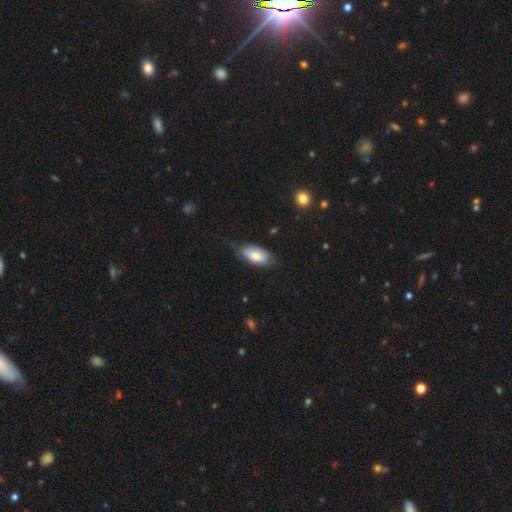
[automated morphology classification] smooth_or_featured: smooth (p=0.79) [alt: featured or disk p=0.15]
how_rounded: in between (p=0.93) [alt: cigar-shaped p=0.04]
merging: none (p=0.61) [alt: minor disturbance p=0.30]